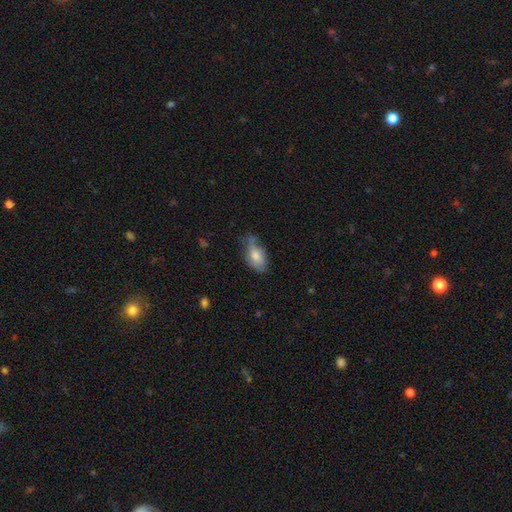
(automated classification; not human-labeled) smooth_or_featured: smooth (p=0.67) [alt: featured or disk p=0.25]
how_rounded: in between (p=0.90) [alt: round p=0.07]
merging: none (p=0.47) [alt: minor disturbance p=0.37]